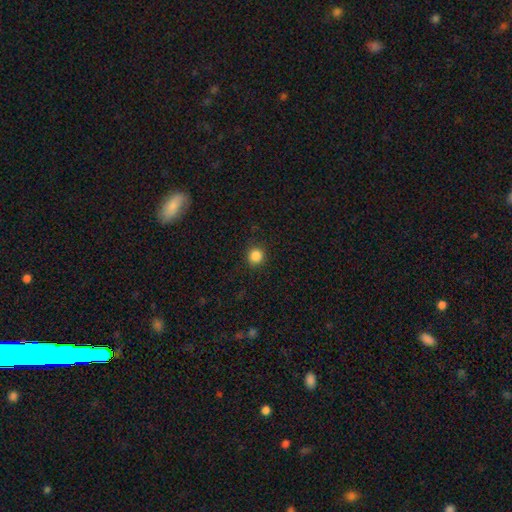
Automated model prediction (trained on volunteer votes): A smooth galaxy with no disk features (86%) that is round (93%).

Vote fractions:
- Smooth or featured? smooth: 86% / star or artifact: 11% / featured or disk: 3%
- How rounded? round: 93% / in between: 6% / cigar-shaped: 1%
- Merging? none: 90% / minor disturbance: 6% / major disturbance: 2% / merger: 1%